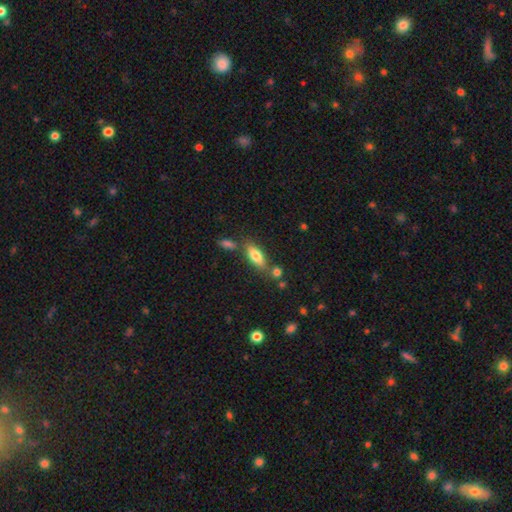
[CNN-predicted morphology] The model was most divided on "how rounded": in between: 72%, cigar-shaped: 25%, round: 3%. More confident: smooth or featured — smooth (75%); merging — none (68%).